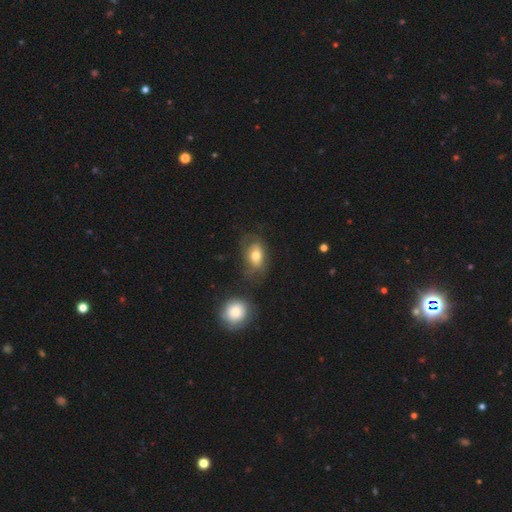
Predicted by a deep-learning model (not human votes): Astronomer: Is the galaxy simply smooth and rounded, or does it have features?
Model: smooth — 63%.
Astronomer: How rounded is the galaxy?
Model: in between — 81%.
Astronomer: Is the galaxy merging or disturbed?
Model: none — 45% (runner-up: minor disturbance, 26%).